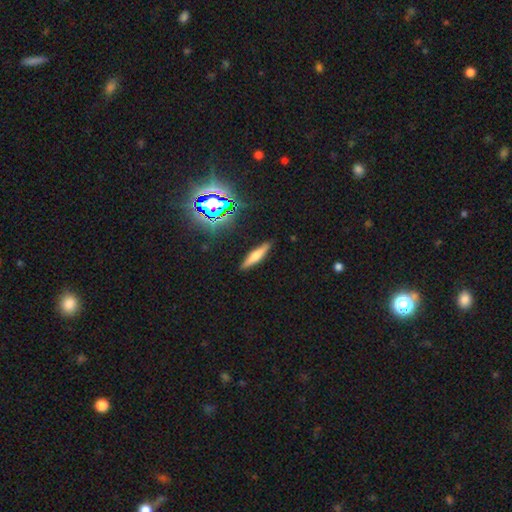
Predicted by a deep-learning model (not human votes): smooth-or-featured: smooth: 59% | featured or disk: 29% | star or artifact: 12%
  how-rounded: cigar-shaped: 82% | in between: 16% | round: 2%
  merging: none: 89% | minor disturbance: 8% | major disturbance: 2% | merger: 1%